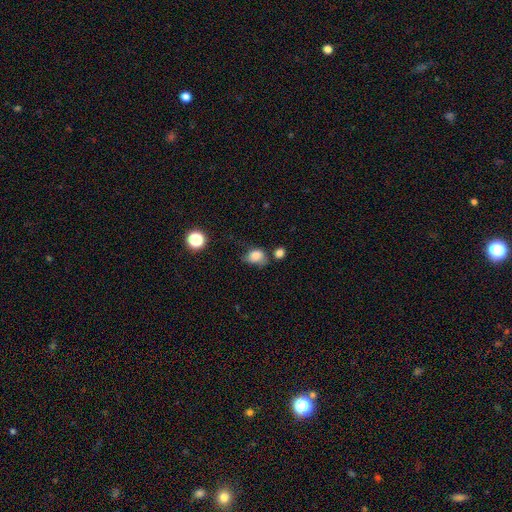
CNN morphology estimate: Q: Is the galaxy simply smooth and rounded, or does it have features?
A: smooth — 81%.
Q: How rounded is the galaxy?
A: in between — 64%.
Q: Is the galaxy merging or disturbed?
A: none — 39%.